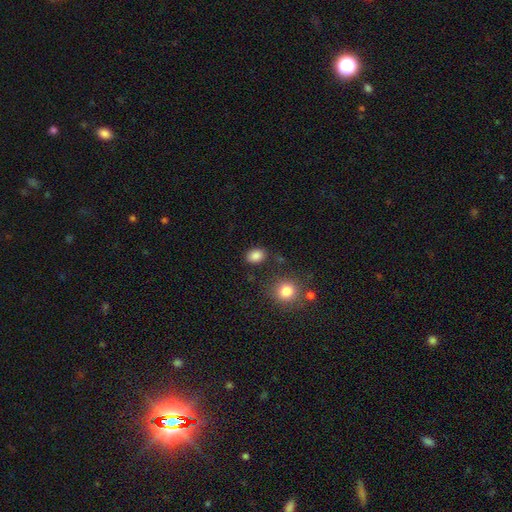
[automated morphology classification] smooth 86%, star or artifact 10%, featured or disk 4%. Down the decision tree: how rounded — in between (70%); merging — none (82%).